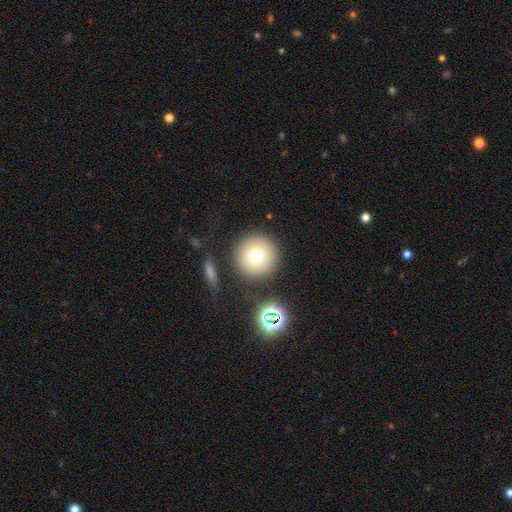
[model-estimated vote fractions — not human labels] The model was most divided on "smooth or featured": smooth: 70%, star or artifact: 16%, featured or disk: 14%. More confident: how rounded — round (96%); merging — none (85%).